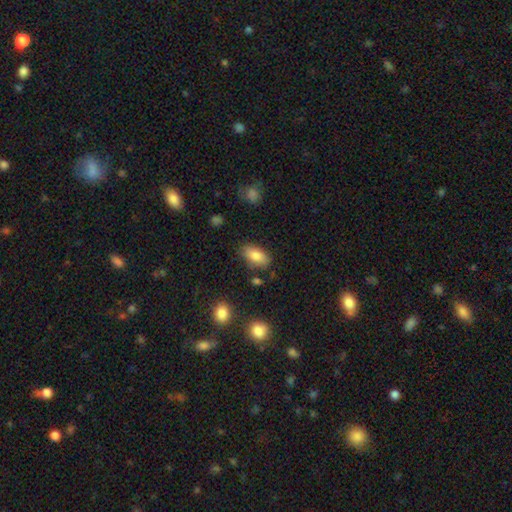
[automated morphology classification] A smooth galaxy with no disk features (81%) that is in between round and cigar-shaped (91%). Merging: none (81%).